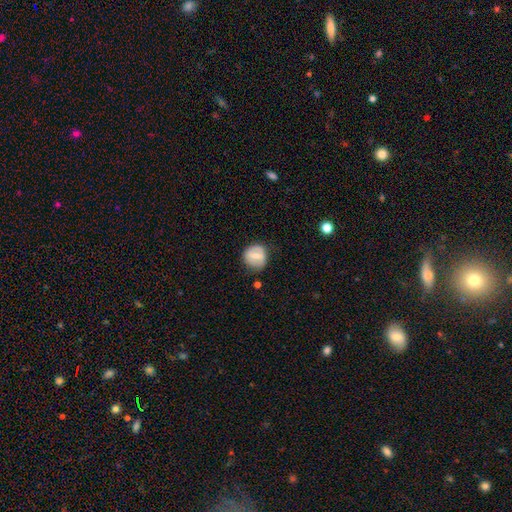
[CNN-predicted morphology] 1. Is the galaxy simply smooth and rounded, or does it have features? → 58% smooth, 35% featured or disk, 7% star or artifact.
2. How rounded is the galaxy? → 84% round, 15% in between, 1% cigar-shaped.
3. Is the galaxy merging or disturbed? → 73% none, 20% minor disturbance, 5% major disturbance, 2% merger.